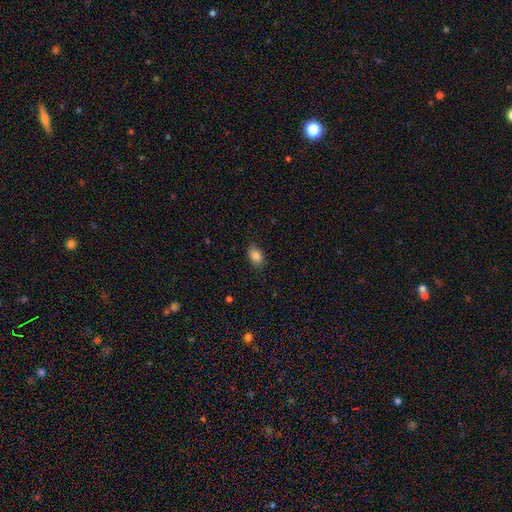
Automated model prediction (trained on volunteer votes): A smooth galaxy with no disk features (86%) that is in between round and cigar-shaped (86%). Merging: none (82%).